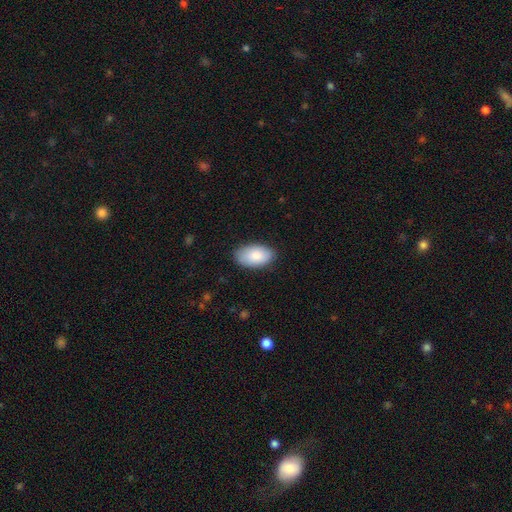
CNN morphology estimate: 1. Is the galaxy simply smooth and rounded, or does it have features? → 85% smooth, 9% featured or disk, 6% star or artifact.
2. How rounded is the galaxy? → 95% in between, 4% round, 1% cigar-shaped.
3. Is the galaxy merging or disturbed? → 85% none, 12% minor disturbance, 2% major disturbance, 1% merger.